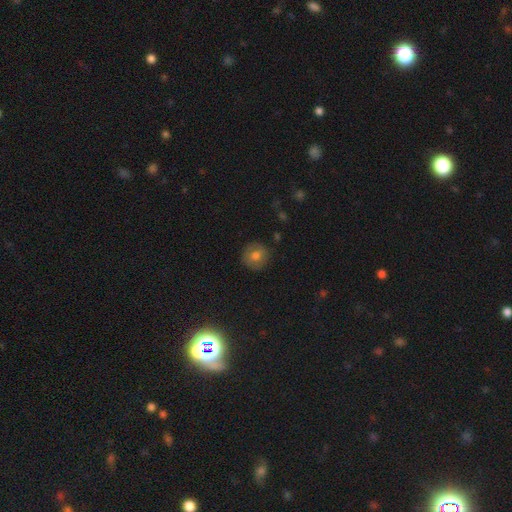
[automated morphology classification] A smooth galaxy with no disk features (74%) that is round (93%). Merging: none (88%).